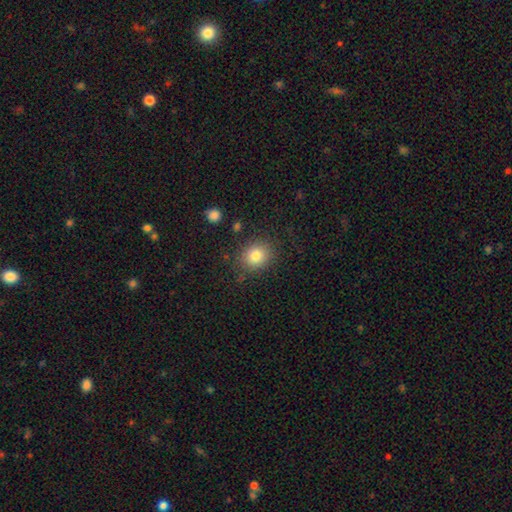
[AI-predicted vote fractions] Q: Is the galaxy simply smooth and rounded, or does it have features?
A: smooth — 81%.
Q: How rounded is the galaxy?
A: round — 68%.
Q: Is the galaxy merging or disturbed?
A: none — 83%.